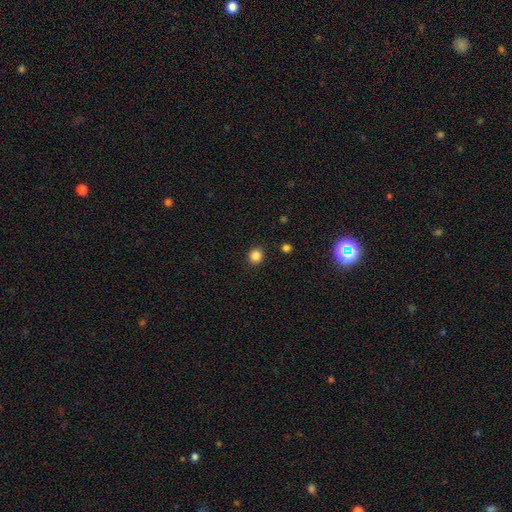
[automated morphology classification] The model was most divided on "how rounded": round: 85%, in between: 14%, cigar-shaped: 1%. More confident: merging — none (91%); smooth or featured — smooth (85%).